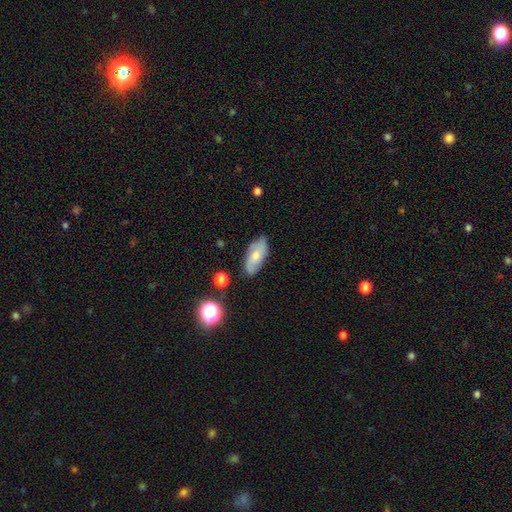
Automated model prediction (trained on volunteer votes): Overall: smooth (54%; featured or disk 38%). How rounded: in between (87%). Merging: none (77%).